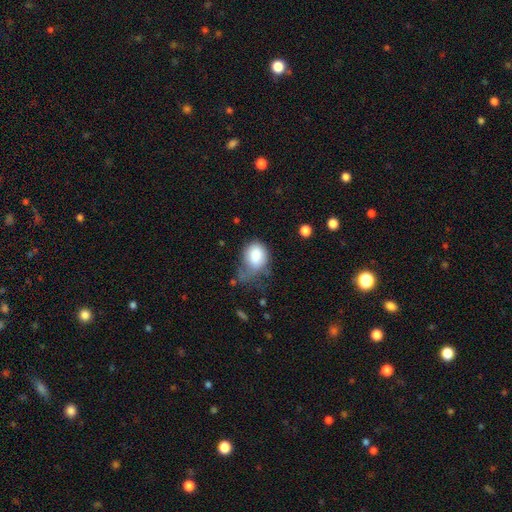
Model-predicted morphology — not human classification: The model was most divided on "merging" (2-way tie): major disturbance: 35%, minor disturbance: 35%, none: 24%, merger: 6%. More confident: smooth or featured — smooth (83%); how rounded — in between (59%).